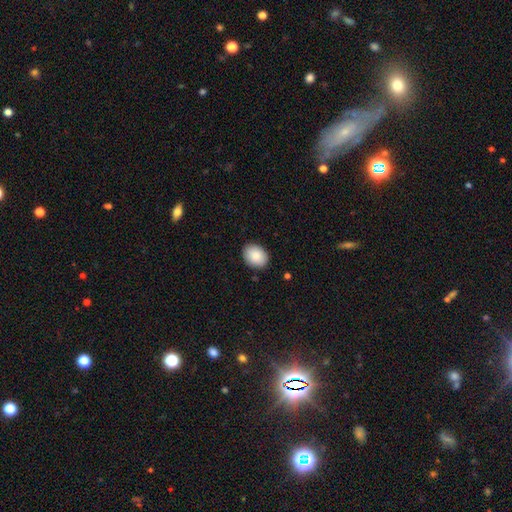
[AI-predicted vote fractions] smooth 88%, star or artifact 7%, featured or disk 6%. Down the decision tree: how rounded — in between (69%); merging — none (88%).